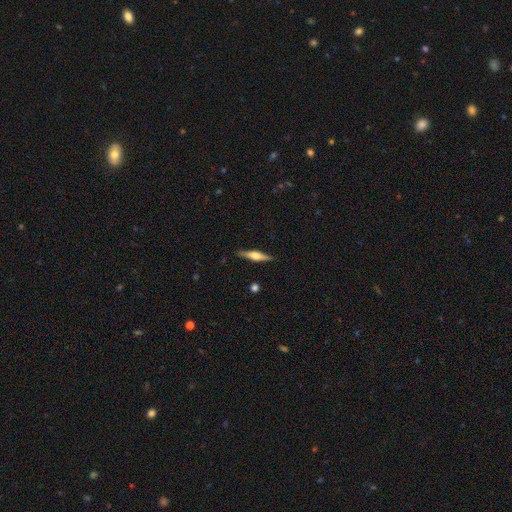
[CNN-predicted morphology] smooth_or_featured: featured or disk (p=0.62) [alt: smooth p=0.32]
disk_edge_on: yes (p=0.97) [alt: no p=0.03]
edge_on_bulge: rounded (p=0.87) [alt: boxy p=0.10]
merging: none (p=0.90) [alt: minor disturbance p=0.07]